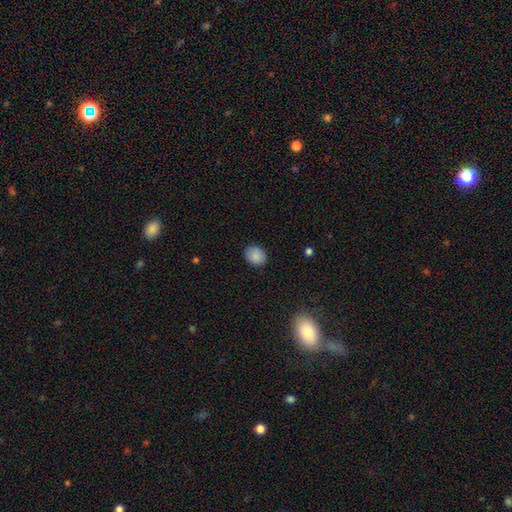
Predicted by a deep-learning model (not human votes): smooth_or_featured: smooth (p=0.87) [alt: star or artifact p=0.08]
how_rounded: round (p=0.64) [alt: in between p=0.36]
merging: none (p=0.87) [alt: minor disturbance p=0.09]